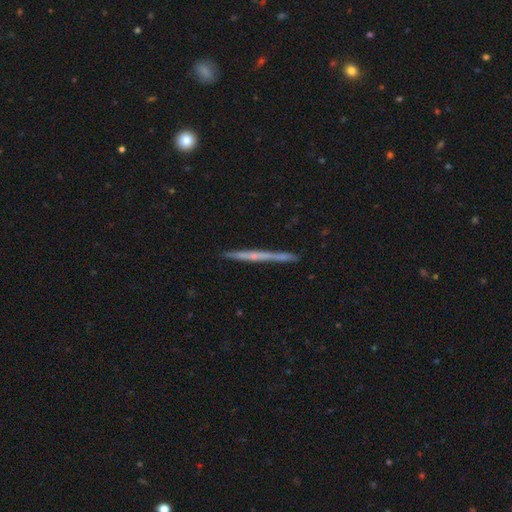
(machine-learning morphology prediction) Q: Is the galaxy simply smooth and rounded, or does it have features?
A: featured or disk — 60%.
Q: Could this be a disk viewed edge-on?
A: yes — 97%.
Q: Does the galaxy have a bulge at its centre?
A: none — 71%.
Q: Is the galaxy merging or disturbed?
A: none — 88%.